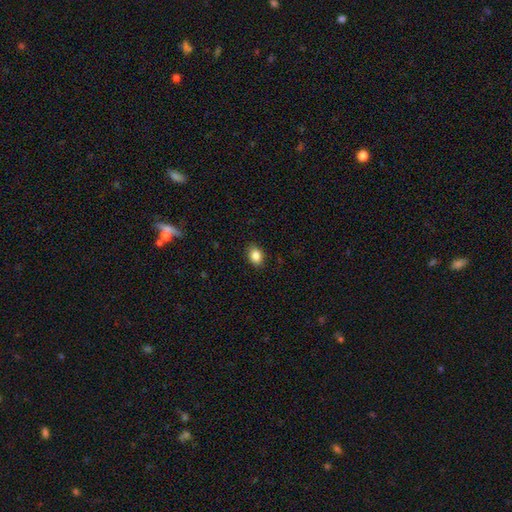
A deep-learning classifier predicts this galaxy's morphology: The model was most divided on "how rounded": in between: 64%, round: 35%, cigar-shaped: 1%. More confident: smooth or featured — smooth (86%); merging — none (86%).